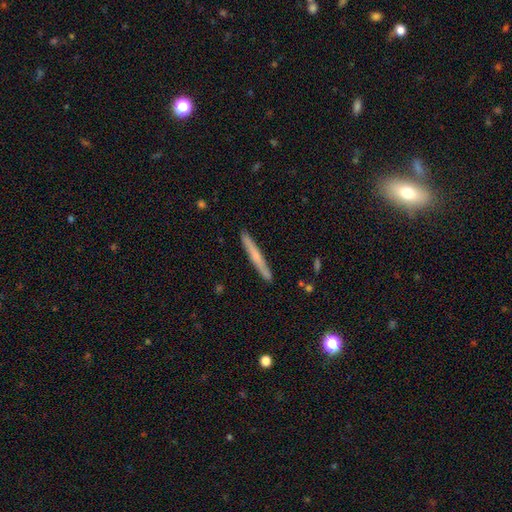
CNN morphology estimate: Smooth or featured?
  - smooth: 50% *
  - featured or disk: 44%
  - star or artifact: 6%
How rounded?
  - cigar-shaped: 96% *
  - in between: 2%
  - round: 1%
Merging?
  - none: 90% *
  - minor disturbance: 7%
  - merger: 1%
  - major disturbance: 1%